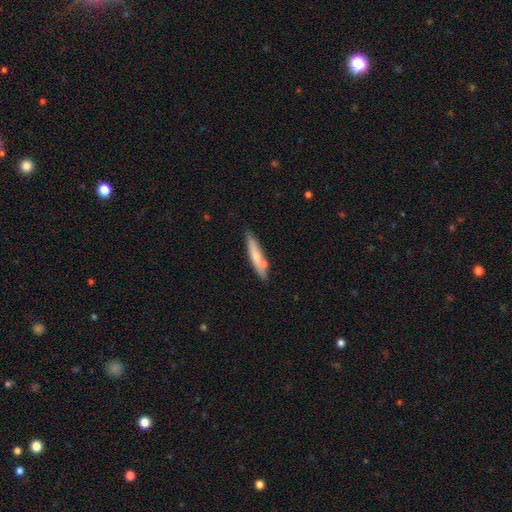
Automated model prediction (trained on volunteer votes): This is likely a smooth galaxy (68%). How rounded: clearly cigar-shaped (86%). Merging: likely none (74%).